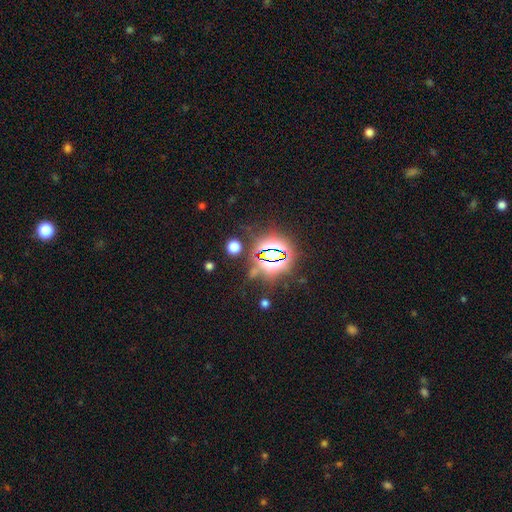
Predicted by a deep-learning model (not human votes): Smooth or featured? Predicted: star or artifact (p=0.82).